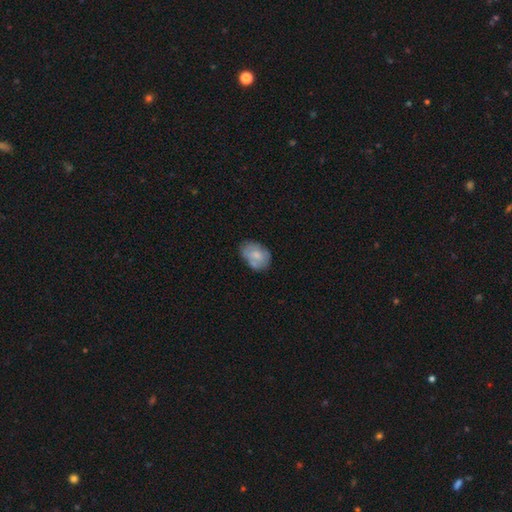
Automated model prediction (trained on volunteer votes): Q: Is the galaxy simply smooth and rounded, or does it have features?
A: smooth — 63%.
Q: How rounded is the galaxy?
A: in between — 78%.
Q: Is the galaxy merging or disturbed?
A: none — 57%.